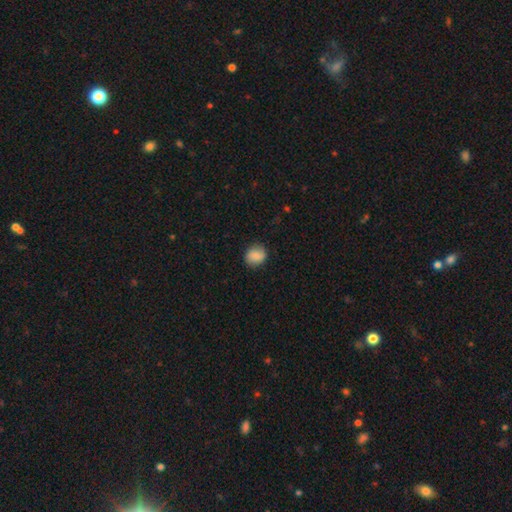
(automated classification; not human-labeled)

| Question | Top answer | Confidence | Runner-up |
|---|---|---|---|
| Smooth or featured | smooth | 85% | star or artifact (8%) |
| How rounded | round | 73% | in between (26%) |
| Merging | none | 83% | minor disturbance (12%) |